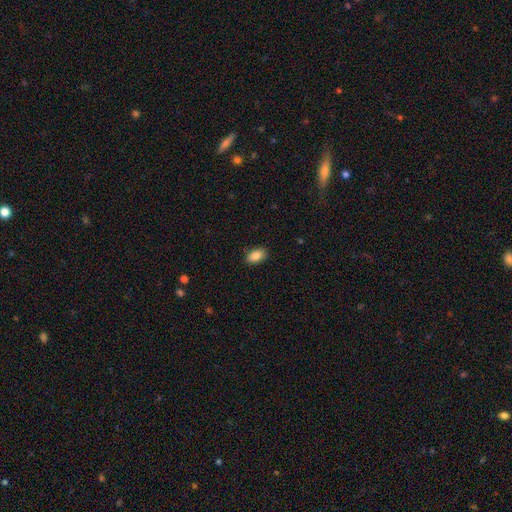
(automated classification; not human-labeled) smooth-or-featured: smooth: 87% | star or artifact: 8% | featured or disk: 6%
  how-rounded: in between: 91% | round: 7% | cigar-shaped: 2%
  merging: none: 88% | minor disturbance: 9% | major disturbance: 2% | merger: 1%